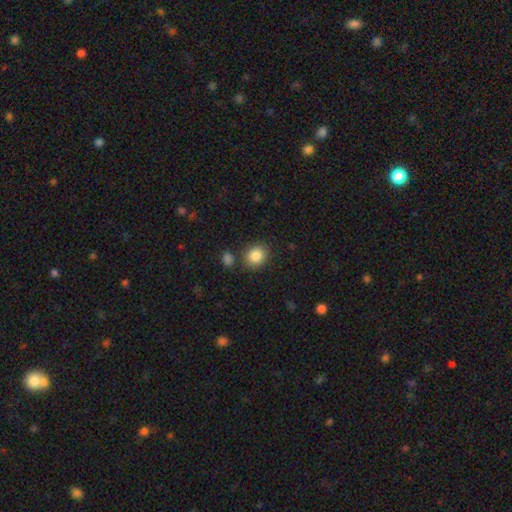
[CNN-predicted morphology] Smooth or featured? Predicted: smooth (p=0.86). How rounded? Predicted: round (p=0.71). Merging? Predicted: none (p=0.81).